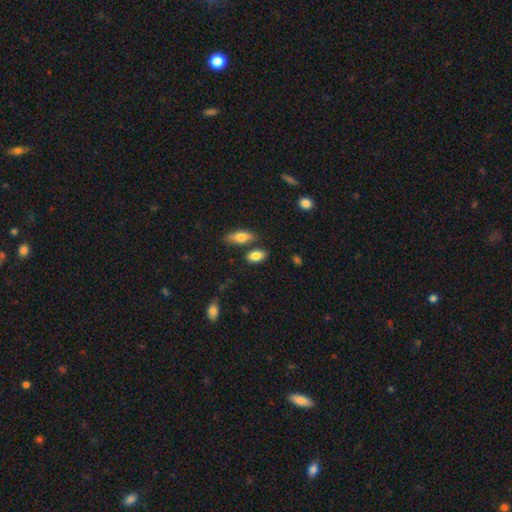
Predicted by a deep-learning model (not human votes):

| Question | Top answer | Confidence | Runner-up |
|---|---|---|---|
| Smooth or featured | smooth | 84% | featured or disk (8%) |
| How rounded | in between | 88% | round (7%) |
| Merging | none | 73% | minor disturbance (12%) |